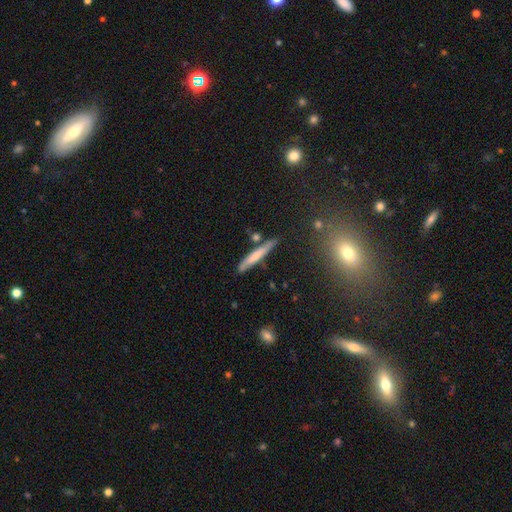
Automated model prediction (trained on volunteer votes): Smooth or featured? smooth (59%)
How rounded? cigar-shaped (93%)
Merging? none (74%)